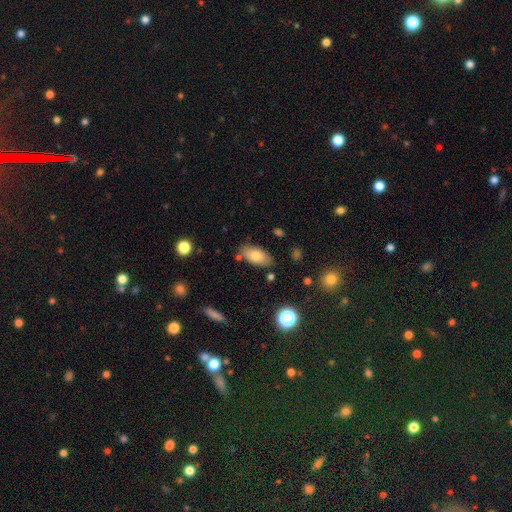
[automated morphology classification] This appears to be a smooth galaxy with no disk features (78%) that is in between round and cigar-shaped (92%). Merging: none (78%).